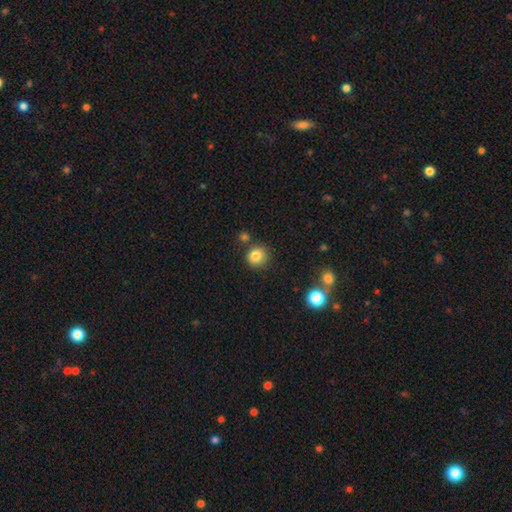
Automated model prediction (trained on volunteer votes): Morphology: type=smooth (84%); roundness=round (86%); merging=none (77%).